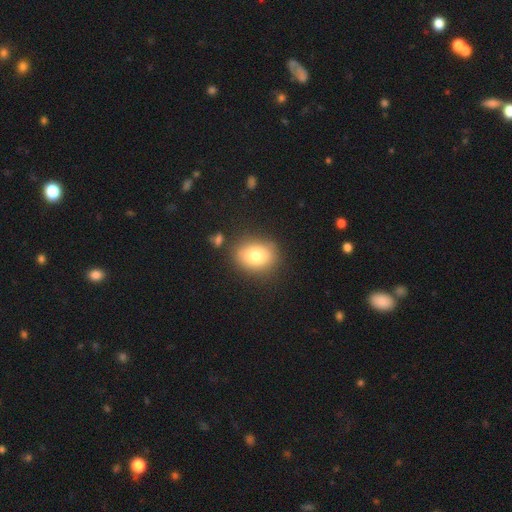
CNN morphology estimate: smooth-or-featured: smooth: 78% | featured or disk: 12% | star or artifact: 10%
  how-rounded: in between: 52% | round: 47% | cigar-shaped: 1%
  merging: none: 80% | minor disturbance: 12% | merger: 4% | major disturbance: 4%